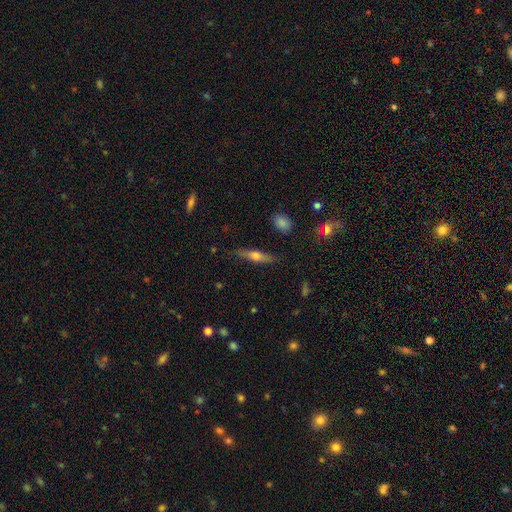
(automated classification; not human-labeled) smooth_or_featured: featured or disk (p=0.52) [alt: smooth p=0.41]
disk_edge_on: yes (p=0.94) [alt: no p=0.06]
merging: none (p=0.84) [alt: minor disturbance p=0.12]